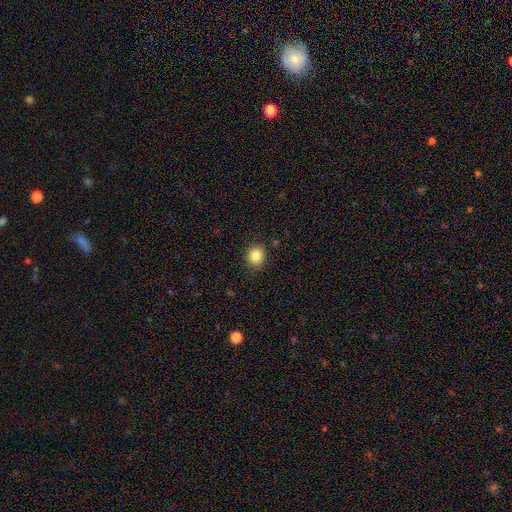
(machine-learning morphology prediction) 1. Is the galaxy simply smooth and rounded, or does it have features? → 84% smooth, 10% star or artifact, 5% featured or disk.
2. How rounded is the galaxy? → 72% round, 27% in between, 1% cigar-shaped.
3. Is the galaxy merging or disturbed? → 88% none, 9% minor disturbance, 2% major disturbance, 1% merger.